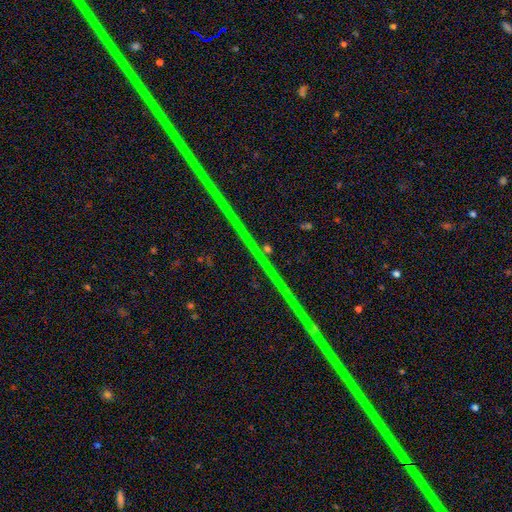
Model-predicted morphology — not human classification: A star or artifact, not a galaxy (78%).